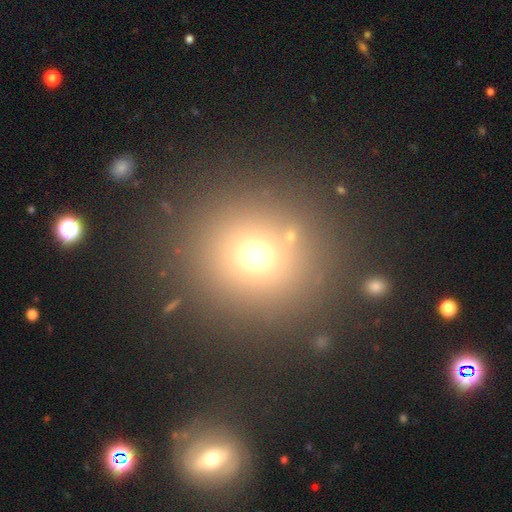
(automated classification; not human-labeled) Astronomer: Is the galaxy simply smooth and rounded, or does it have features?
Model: smooth — 68%.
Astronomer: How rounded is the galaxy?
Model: round — 90%.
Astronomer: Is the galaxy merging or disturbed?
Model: none — 84%.